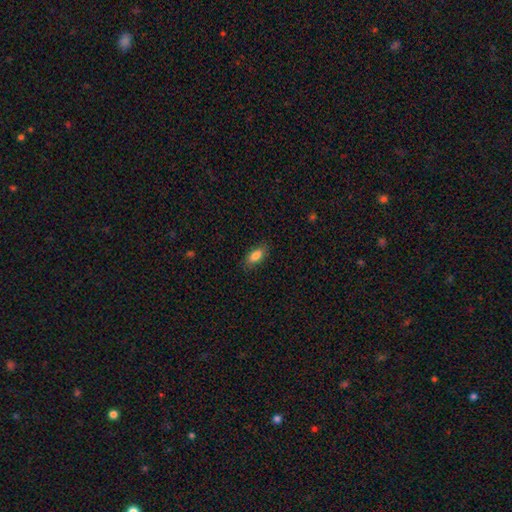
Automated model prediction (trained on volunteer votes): smooth_or_featured: smooth (p=0.84) [alt: featured or disk p=0.08]
how_rounded: in between (p=0.86) [alt: cigar-shaped p=0.10]
merging: none (p=0.84) [alt: minor disturbance p=0.12]